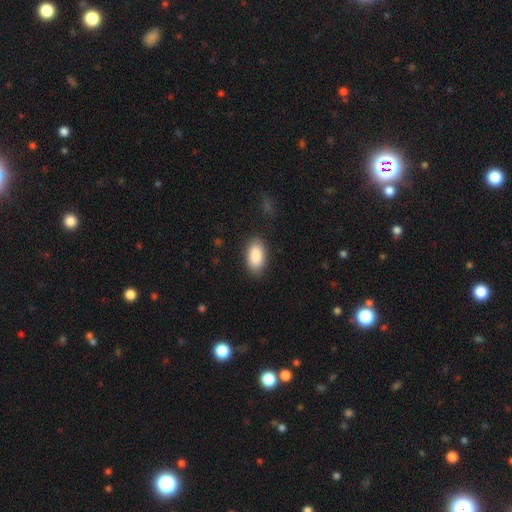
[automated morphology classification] Q: Smooth or featured?
A: smooth (90%); runner-up: star or artifact (6%)
Q: How rounded?
A: in between (94%); runner-up: round (4%)
Q: Merging?
A: none (86%); runner-up: minor disturbance (10%)